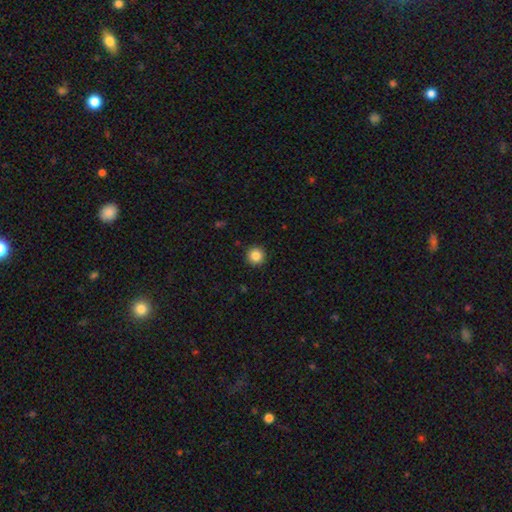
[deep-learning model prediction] Q: Smooth or featured?
A: smooth (85%); runner-up: star or artifact (10%)
Q: How rounded?
A: round (96%); runner-up: in between (3%)
Q: Merging?
A: none (93%); runner-up: minor disturbance (5%)